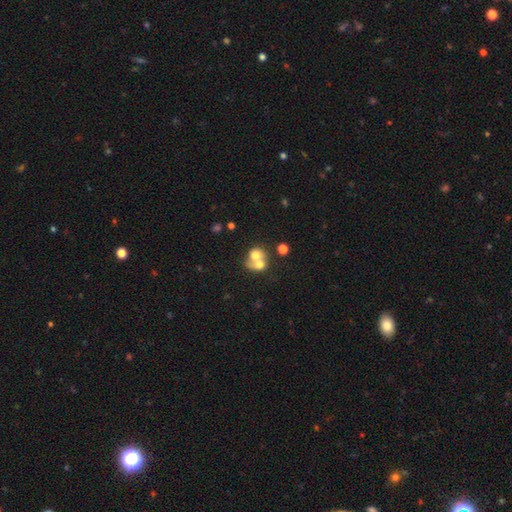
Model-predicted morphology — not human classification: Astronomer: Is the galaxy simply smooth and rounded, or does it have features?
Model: smooth — 63%.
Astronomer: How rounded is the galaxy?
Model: round — 65%.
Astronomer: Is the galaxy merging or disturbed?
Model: merger — 72%.